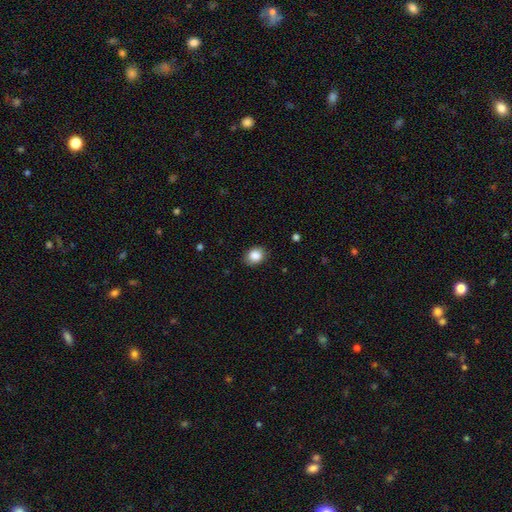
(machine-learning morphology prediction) This is clearly a smooth galaxy (87%). How rounded: possibly round (52%). Merging: clearly none (85%).